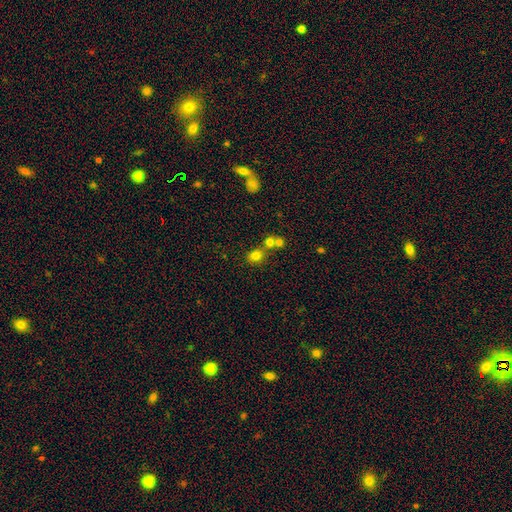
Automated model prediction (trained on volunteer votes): Smooth or featured? smooth (75%)
How rounded? round (71%)
Merging? none (56%)